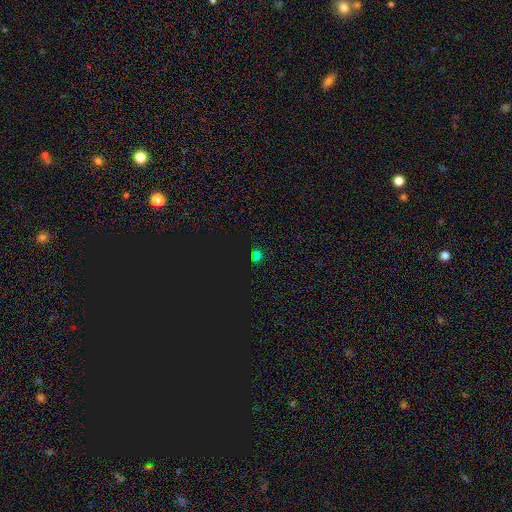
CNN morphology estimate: This is likely a smooth galaxy (65%). How rounded: possibly round (52%). Merging: clearly none (86%).